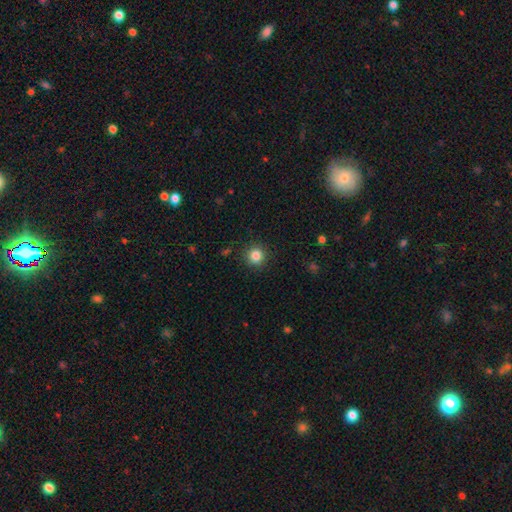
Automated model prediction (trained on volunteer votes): A smooth galaxy with no disk features (84%) that is round (94%).

Vote fractions:
- Smooth or featured? smooth: 84% / star or artifact: 11% / featured or disk: 4%
- How rounded? round: 94% / in between: 5% / cigar-shaped: 1%
- Merging? none: 91% / minor disturbance: 6% / major disturbance: 2% / merger: 1%